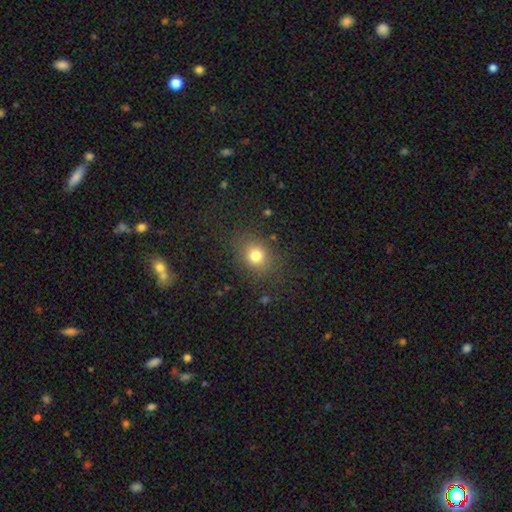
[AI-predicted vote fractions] A smooth galaxy with no disk features (78%) that is round (68%). Merging: none (84%).